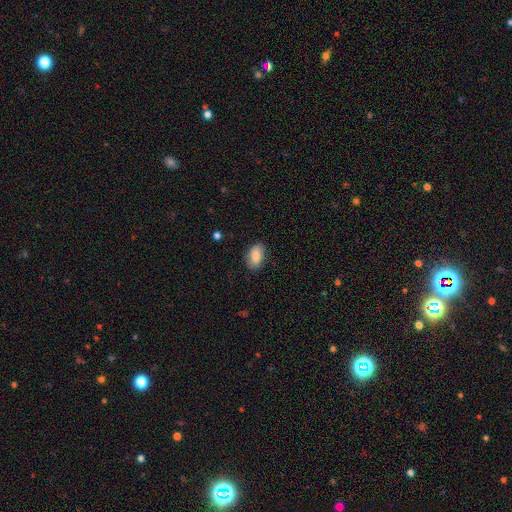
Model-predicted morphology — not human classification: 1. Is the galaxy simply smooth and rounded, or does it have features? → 85% smooth, 8% featured or disk, 7% star or artifact.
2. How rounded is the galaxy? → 92% in between, 6% round, 2% cigar-shaped.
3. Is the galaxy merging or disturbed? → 83% none, 13% minor disturbance, 3% major disturbance, 1% merger.